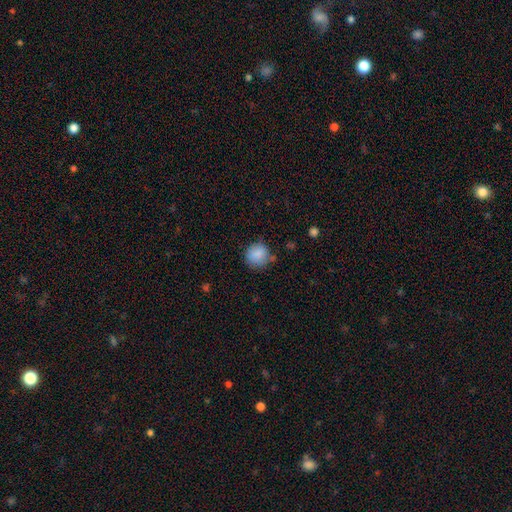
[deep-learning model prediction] A smooth galaxy with no disk features (86%) that is round (85%). Merging: none (70%).